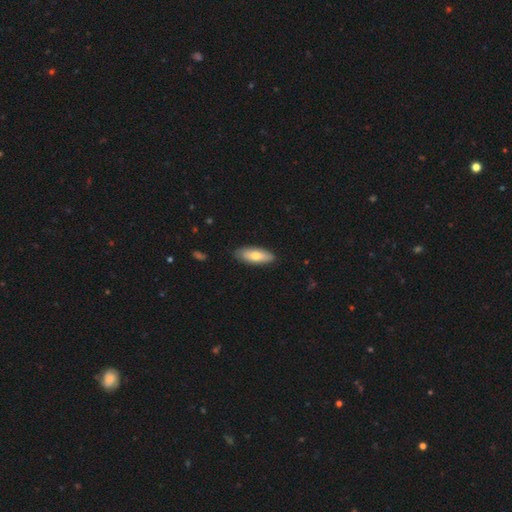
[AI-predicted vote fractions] Smooth or featured? smooth (71%)
How rounded? in between (72%)
Merging? none (87%)